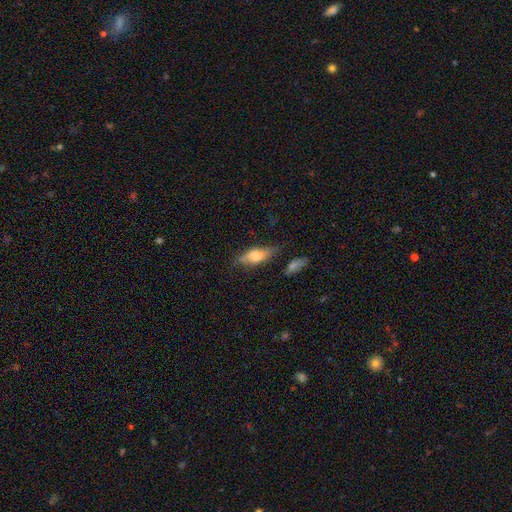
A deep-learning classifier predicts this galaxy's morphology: This is possibly a smooth galaxy (54%). How rounded: likely in between (64%). Merging: likely none (68%).